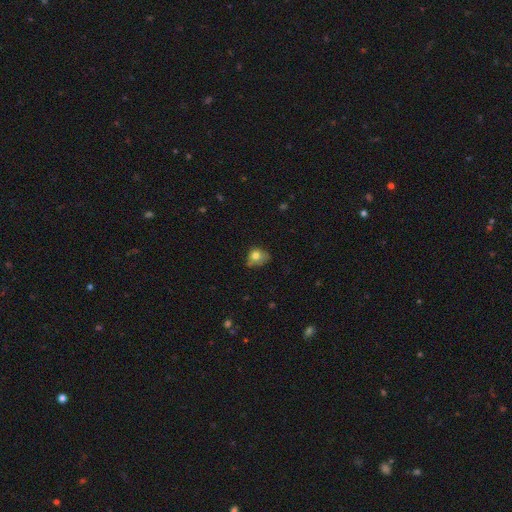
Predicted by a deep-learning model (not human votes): smooth-or-featured: smooth: 73% | featured or disk: 16% | star or artifact: 11%
  how-rounded: round: 57% | in between: 42% | cigar-shaped: 1%
  merging: none: 42% | minor disturbance: 38% | major disturbance: 16% | merger: 5%